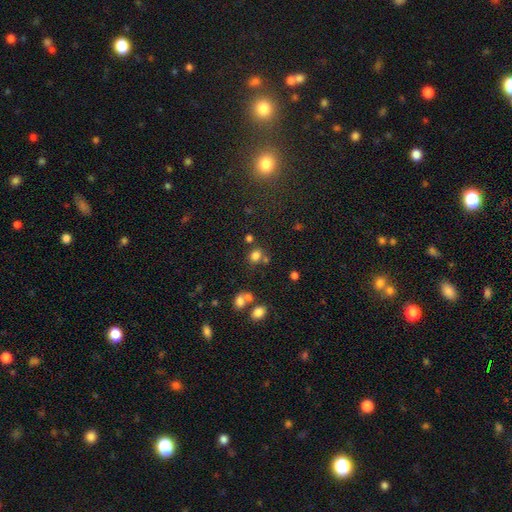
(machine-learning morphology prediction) smooth_or_featured: smooth (p=0.77) [alt: star or artifact p=0.16]
how_rounded: round (p=0.61) [alt: in between p=0.38]
merging: none (p=0.65) [alt: merger p=0.17]